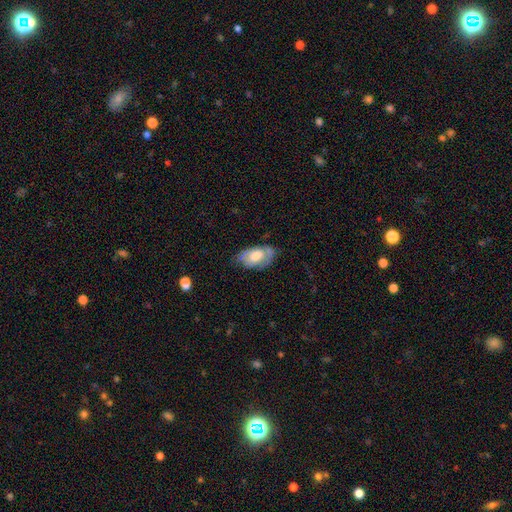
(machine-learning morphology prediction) Smooth or featured? Predicted: featured or disk (p=0.49). Merging? Predicted: none (p=0.59).